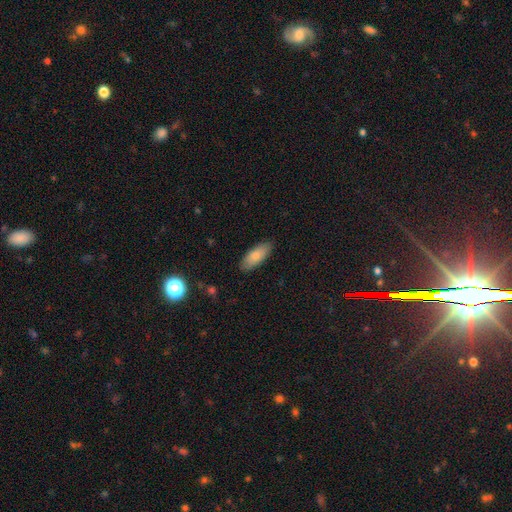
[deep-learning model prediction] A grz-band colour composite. It shows a smooth galaxy with no disk features (81%) that is in between round and cigar-shaped (78%). Merging: none (87%).